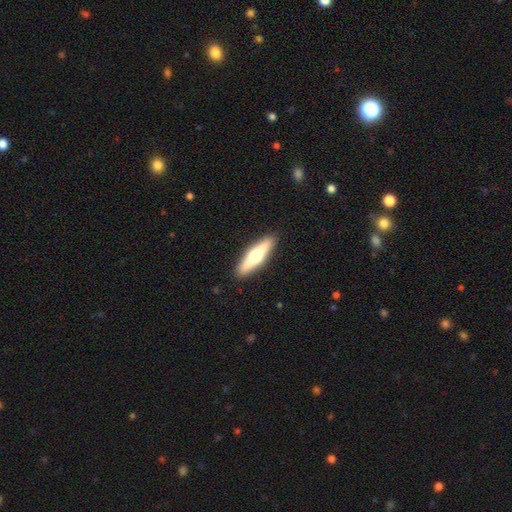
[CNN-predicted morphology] Smooth or featured? Predicted: featured or disk (p=0.48). Merging? Predicted: none (p=0.90).